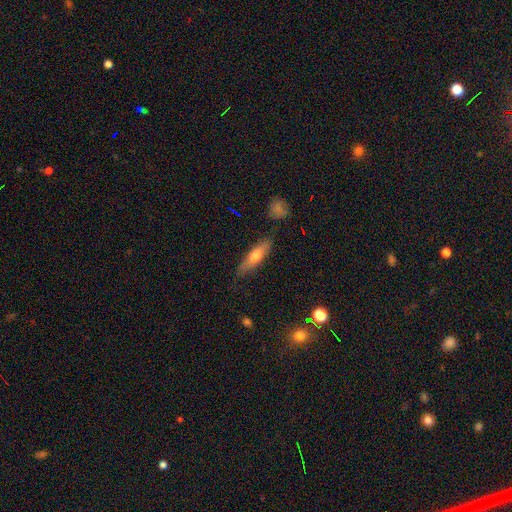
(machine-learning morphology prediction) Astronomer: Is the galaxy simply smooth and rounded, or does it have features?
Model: smooth — 60%.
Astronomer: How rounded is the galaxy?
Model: cigar-shaped — 66%.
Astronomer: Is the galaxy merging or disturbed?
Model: none — 80%.